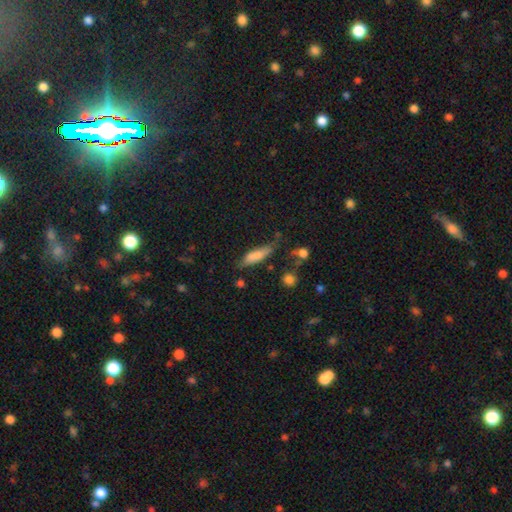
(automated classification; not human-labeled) Smooth or featured?
  - smooth: 73% *
  - featured or disk: 19%
  - star or artifact: 7%
How rounded?
  - cigar-shaped: 59% *
  - in between: 38%
  - round: 2%
Merging?
  - none: 58% *
  - minor disturbance: 26%
  - major disturbance: 9%
  - merger: 7%